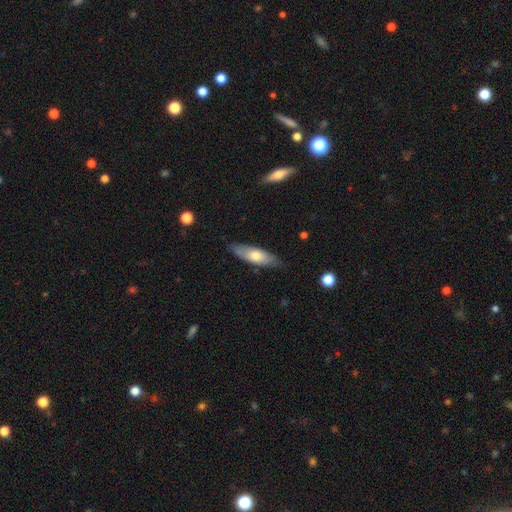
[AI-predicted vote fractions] Smooth or featured?
  - smooth: 61% *
  - featured or disk: 33%
  - star or artifact: 6%
How rounded?
  - in between: 51% *
  - cigar-shaped: 46%
  - round: 2%
Merging?
  - none: 83% *
  - minor disturbance: 14%
  - major disturbance: 2%
  - merger: 1%